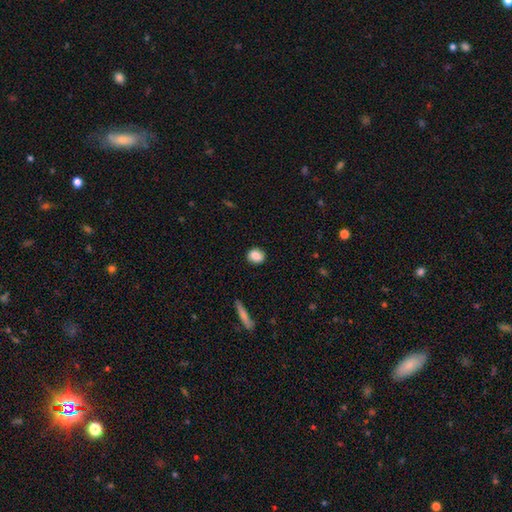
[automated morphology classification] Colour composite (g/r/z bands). It shows a smooth galaxy with no disk features (86%) that is round (60%). Merging: none (89%).